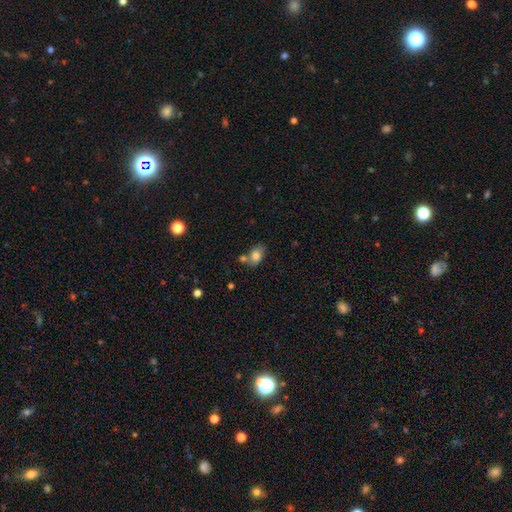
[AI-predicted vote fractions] This is likely a smooth galaxy (79%). How rounded: likely in between (73%). Merging: possibly none (52%).